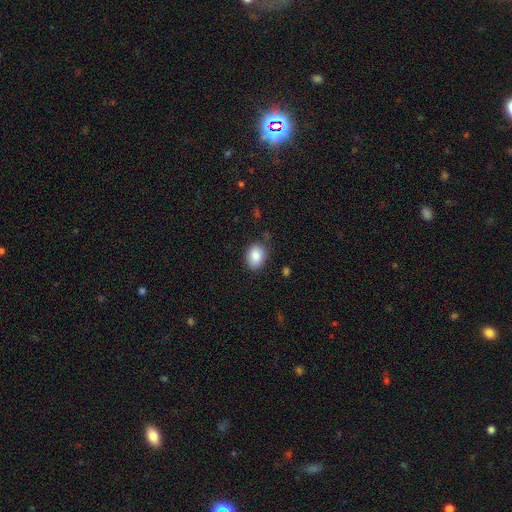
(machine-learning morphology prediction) The model was most divided on "how rounded": in between: 71%, round: 28%, cigar-shaped: 1%. More confident: smooth or featured — smooth (87%); merging — none (81%).